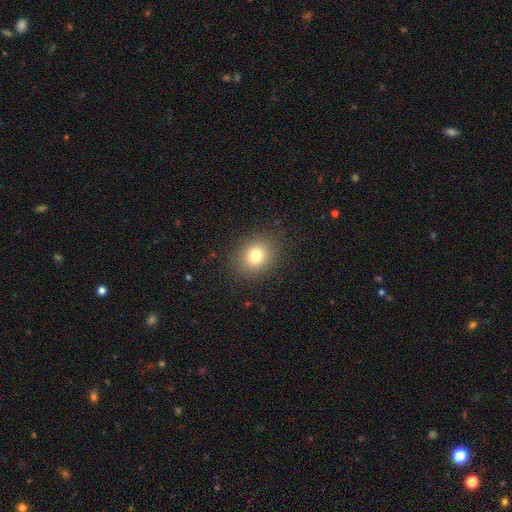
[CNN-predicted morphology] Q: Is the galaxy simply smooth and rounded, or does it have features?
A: smooth — 78%.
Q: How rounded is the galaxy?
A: round — 66%.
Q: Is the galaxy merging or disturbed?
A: none — 87%.